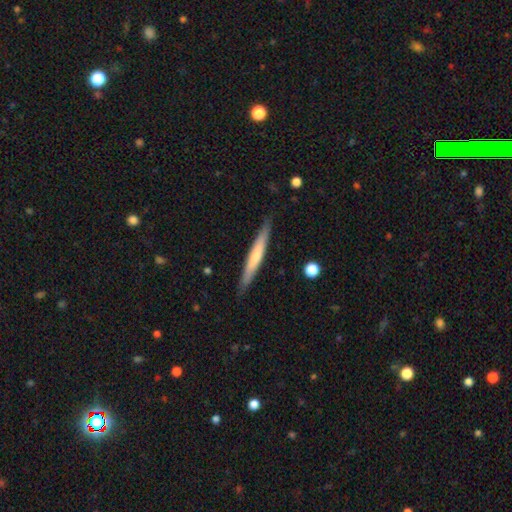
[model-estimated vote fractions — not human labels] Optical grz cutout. It shows a smooth galaxy with no disk features (56%) that is cigar-shaped (95%). Merging: none (88%).